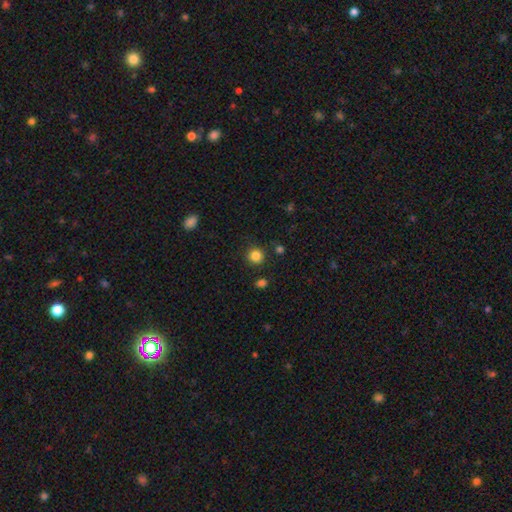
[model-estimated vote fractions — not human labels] smooth-or-featured: smooth: 84% | star or artifact: 12% | featured or disk: 4%
  how-rounded: round: 93% | in between: 6% | cigar-shaped: 1%
  merging: none: 88% | minor disturbance: 7% | merger: 3% | major disturbance: 3%